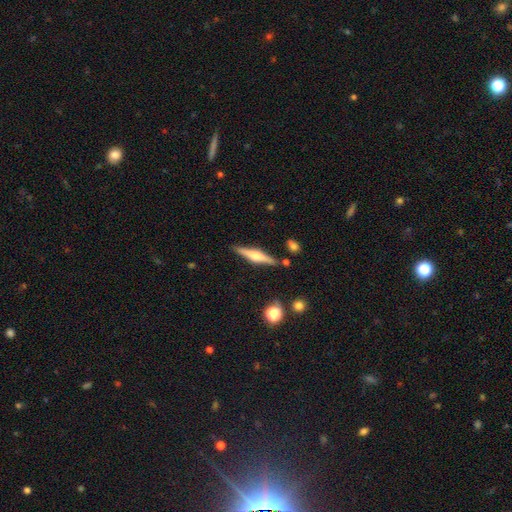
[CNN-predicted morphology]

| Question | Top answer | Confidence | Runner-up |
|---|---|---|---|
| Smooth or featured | featured or disk | 66% | smooth (28%) |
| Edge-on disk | yes | 97% | no (3%) |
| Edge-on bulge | rounded | 82% | boxy (13%) |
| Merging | none | 87% | minor disturbance (9%) |